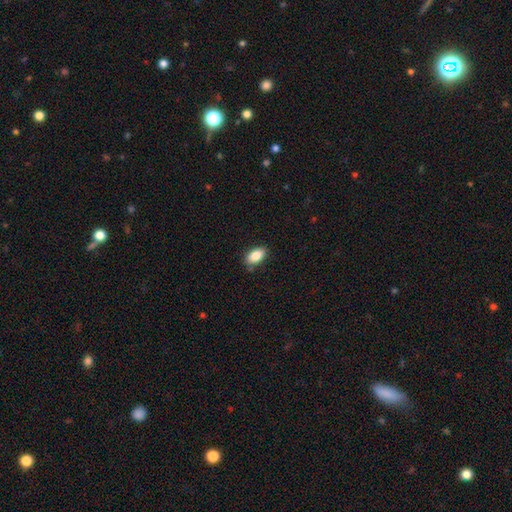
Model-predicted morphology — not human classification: Smooth or featured? Predicted: smooth (p=0.87). How rounded? Predicted: in between (p=0.92). Merging? Predicted: none (p=0.84).